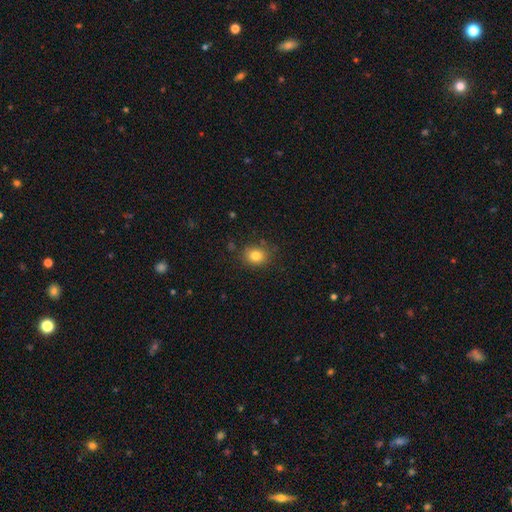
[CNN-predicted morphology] type=smooth (81%); roundness=round (68%); merging=none (82%).